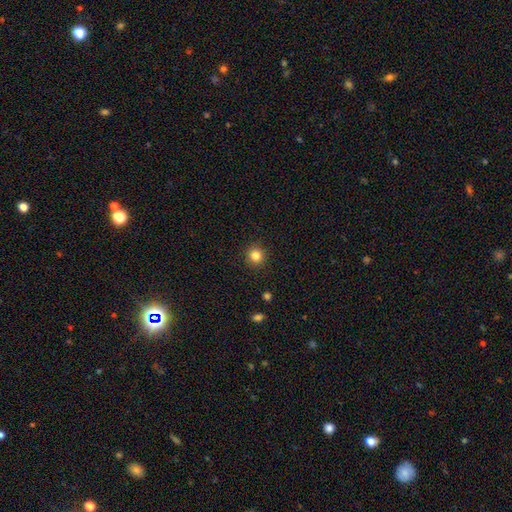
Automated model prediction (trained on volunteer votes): smooth 83%, star or artifact 12%, featured or disk 5%. Down the decision tree: how rounded — round (92%); merging — none (91%).